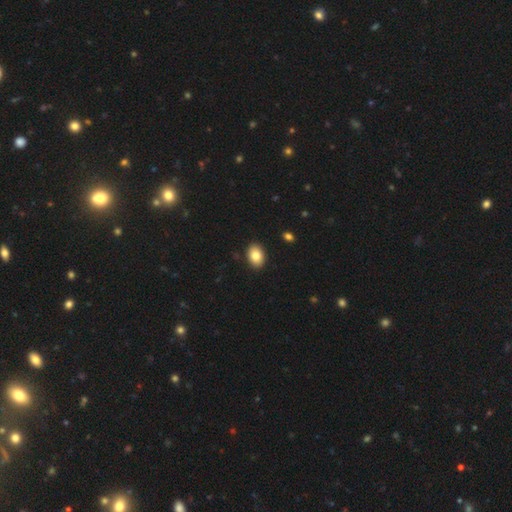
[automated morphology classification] Smooth or featured? Predicted: smooth (p=0.84). How rounded? Predicted: in between (p=0.81). Merging? Predicted: none (p=0.90).